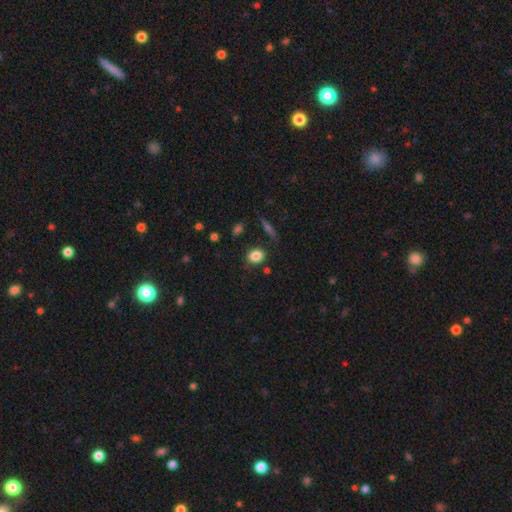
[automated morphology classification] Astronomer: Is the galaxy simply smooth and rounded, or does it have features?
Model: smooth — 83%.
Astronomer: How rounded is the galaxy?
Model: in between — 50% (runner-up: round, 48%).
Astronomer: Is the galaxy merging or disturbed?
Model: none — 77%.